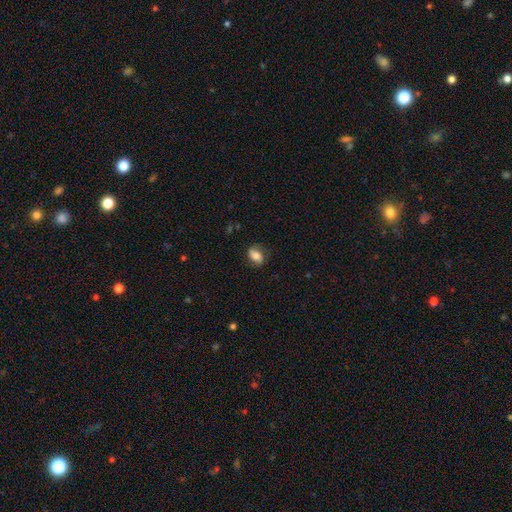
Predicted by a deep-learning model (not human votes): A smooth galaxy with no disk features (58%) that is in between round and cigar-shaped (74%). Merging: none (75%).